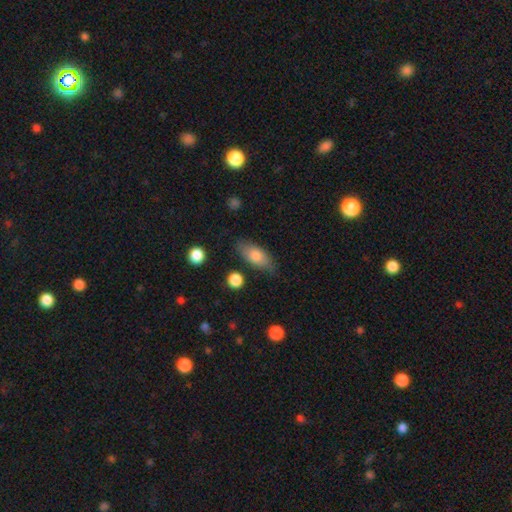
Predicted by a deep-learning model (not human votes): Smooth or featured? smooth (75%)
How rounded? in between (82%)
Merging? none (75%)